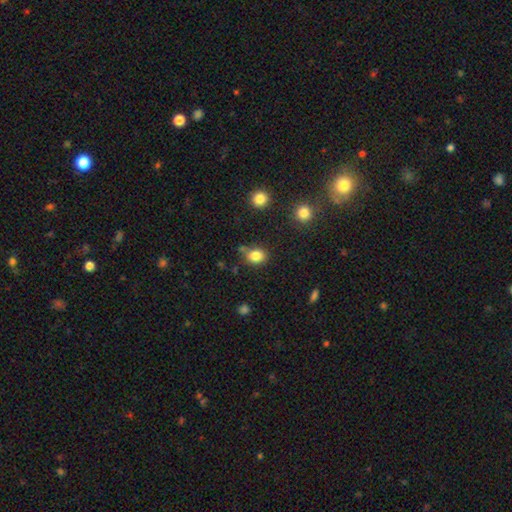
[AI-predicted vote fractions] smooth_or_featured: smooth (p=0.83) [alt: star or artifact p=0.11]
how_rounded: round (p=0.60) [alt: in between p=0.39]
merging: none (p=0.70) [alt: minor disturbance p=0.16]